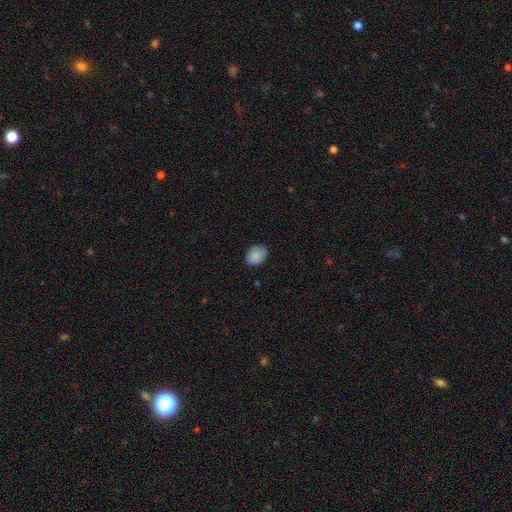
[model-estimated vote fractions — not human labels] This is clearly a smooth galaxy (87%). How rounded: likely in between (65%). Merging: clearly none (81%).